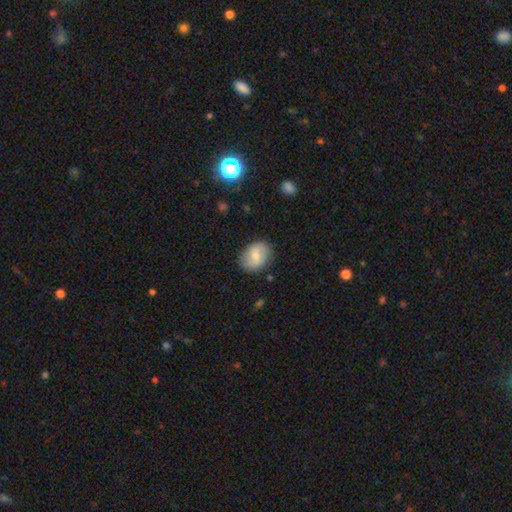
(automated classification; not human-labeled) The model was most divided on "how rounded": in between: 61%, round: 38%, cigar-shaped: 1%. More confident: merging — none (83%); smooth or featured — smooth (66%).